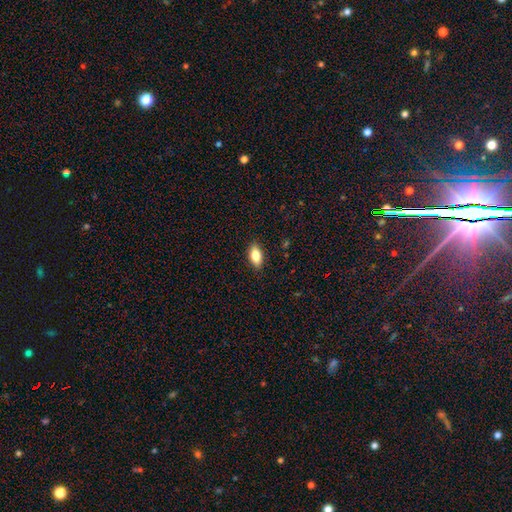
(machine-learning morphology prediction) smooth 81%, featured or disk 11%, star or artifact 8%. Down the decision tree: how rounded — in between (89%); merging — none (88%).